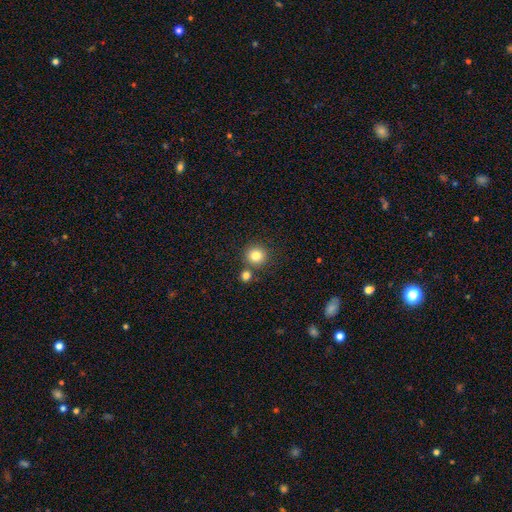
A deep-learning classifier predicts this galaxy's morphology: The model was most divided on "merging": none: 76%, merger: 14%, minor disturbance: 7%, major disturbance: 2%. More confident: how rounded — round (93%); smooth or featured — smooth (82%).